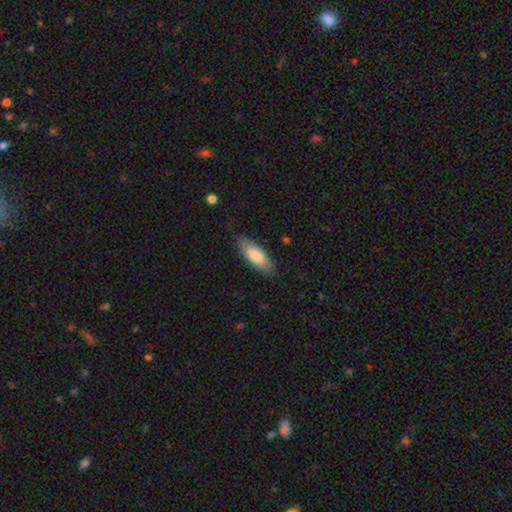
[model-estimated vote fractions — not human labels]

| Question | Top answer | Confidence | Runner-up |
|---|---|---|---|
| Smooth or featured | smooth | 80% | featured or disk (15%) |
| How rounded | in between | 66% | cigar-shaped (32%) |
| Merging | none | 83% | minor disturbance (13%) |